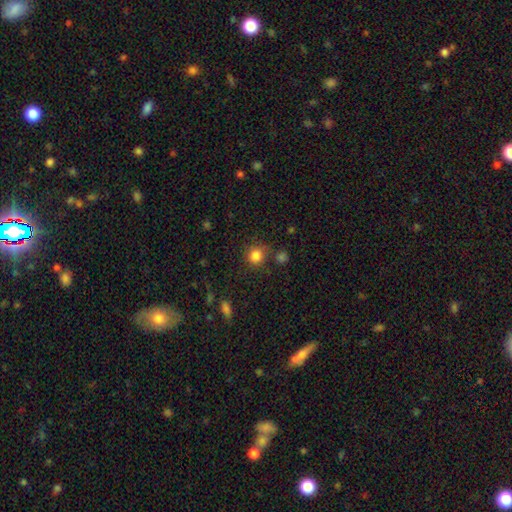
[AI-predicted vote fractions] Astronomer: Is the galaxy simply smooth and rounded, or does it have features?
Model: smooth — 84%.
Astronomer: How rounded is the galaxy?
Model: round — 90%.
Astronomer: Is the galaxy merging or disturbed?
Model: none — 77%.